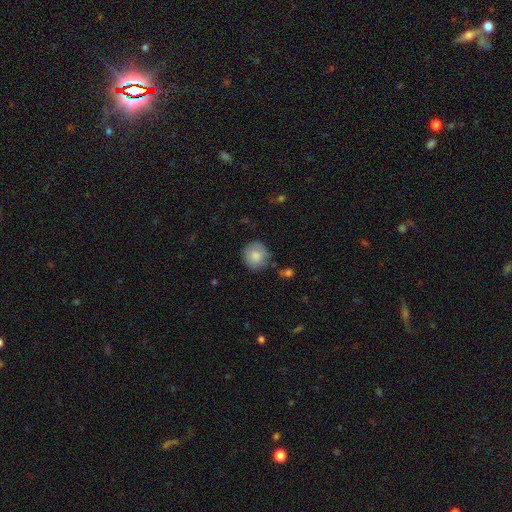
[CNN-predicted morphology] This appears to be a smooth galaxy with no disk features (84%) that is round (92%). Merging: none (79%).